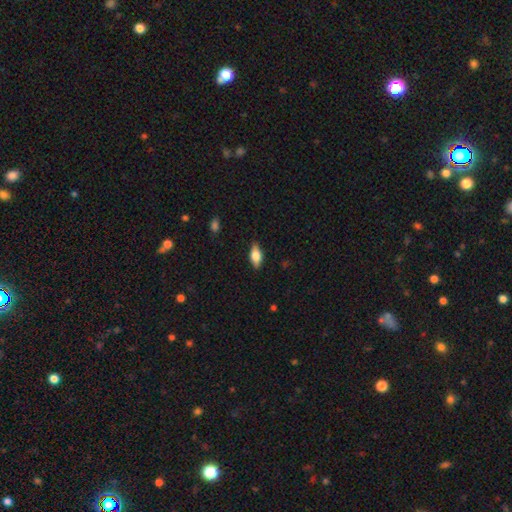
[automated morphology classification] smooth 61%, featured or disk 32%, star or artifact 7%. Down the decision tree: how rounded — in between (82%); merging — none (84%).